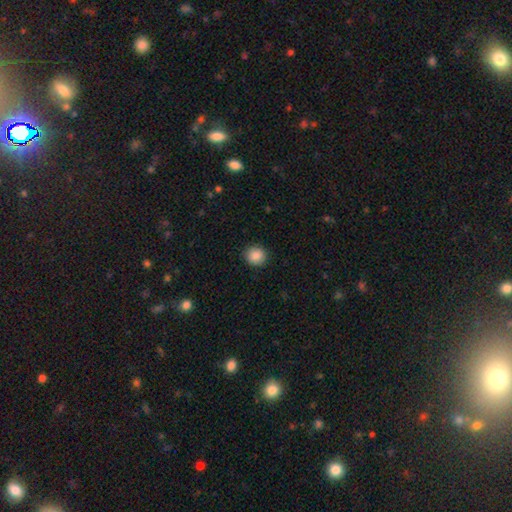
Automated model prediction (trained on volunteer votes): Overall: smooth (88%). How rounded: round (89%). Merging: none (91%).